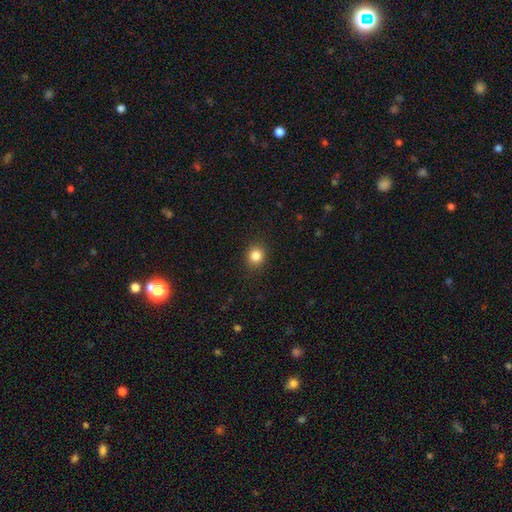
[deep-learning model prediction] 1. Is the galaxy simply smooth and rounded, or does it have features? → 84% smooth, 11% star or artifact, 5% featured or disk.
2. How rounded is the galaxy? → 83% round, 16% in between, 1% cigar-shaped.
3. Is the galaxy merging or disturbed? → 90% none, 7% minor disturbance, 2% major disturbance, 1% merger.